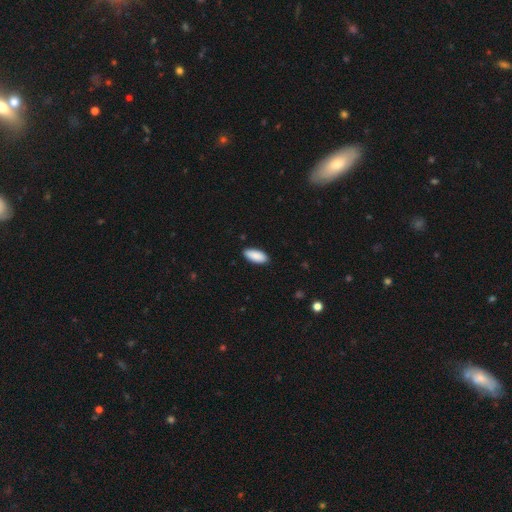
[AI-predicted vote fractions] Q: Smooth or featured?
A: smooth (90%); runner-up: star or artifact (6%)
Q: How rounded?
A: in between (87%); runner-up: cigar-shaped (12%)
Q: Merging?
A: none (88%); runner-up: minor disturbance (9%)